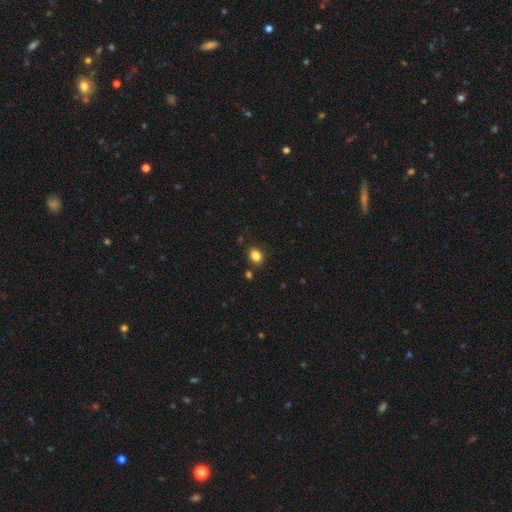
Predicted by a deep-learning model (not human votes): A smooth galaxy with no disk features (83%) that is round (57%). Merging: none (85%).